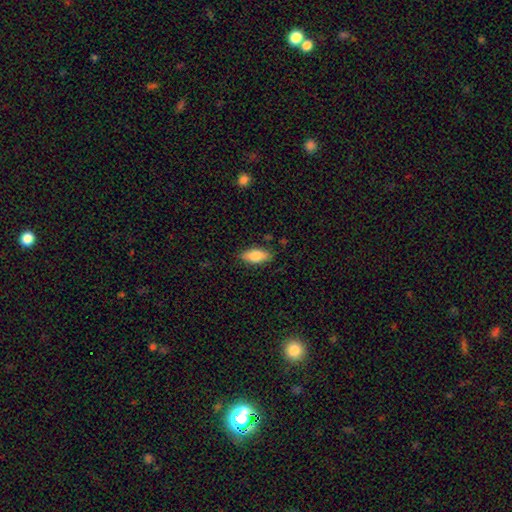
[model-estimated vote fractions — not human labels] A smooth galaxy with no disk features (80%) that is in between round and cigar-shaped (83%).

Vote fractions:
- Smooth or featured? smooth: 80% / featured or disk: 14% / star or artifact: 7%
- How rounded? in between: 83% / cigar-shaped: 14% / round: 3%
- Merging? none: 83% / minor disturbance: 13% / major disturbance: 3% / merger: 2%